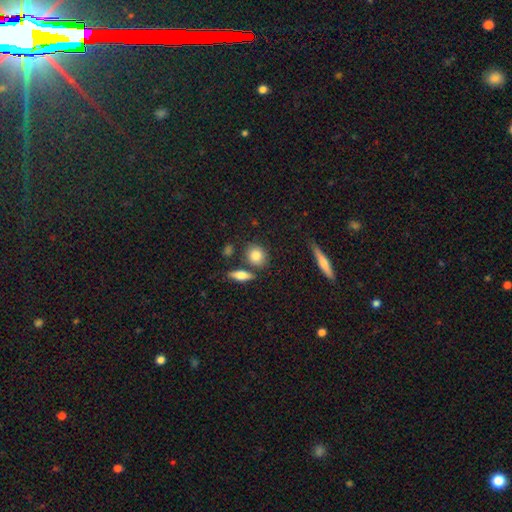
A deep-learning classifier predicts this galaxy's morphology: smooth 81%, featured or disk 11%, star or artifact 8%. Down the decision tree: how rounded — round (64%); merging — none (75%).